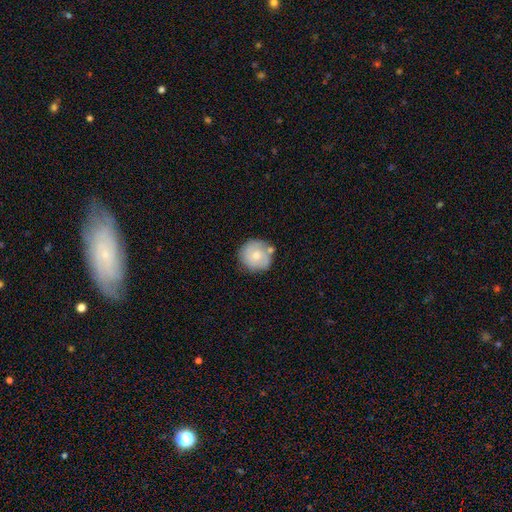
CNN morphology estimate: The model was most divided on "smooth or featured": smooth: 67%, featured or disk: 26%, star or artifact: 7%. More confident: how rounded — round (92%); merging — none (66%).